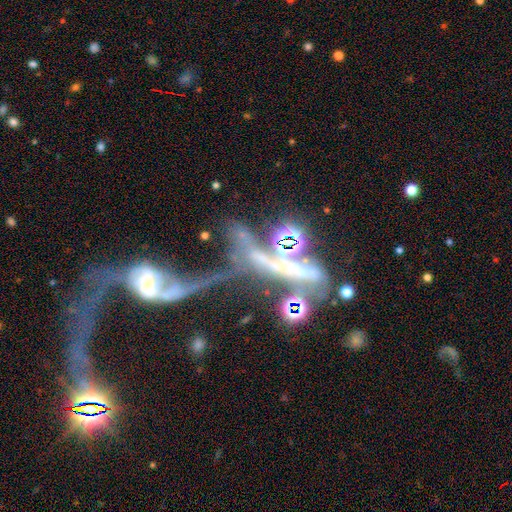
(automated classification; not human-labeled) A star or artifact, not a galaxy (39%).

Vote fractions:
- Smooth or featured? star or artifact: 39% / featured or disk: 37% / smooth: 24%